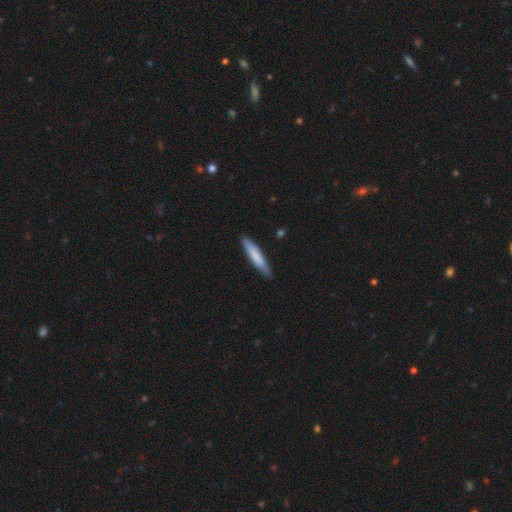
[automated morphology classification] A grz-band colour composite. It shows a smooth galaxy with no disk features (76%) that is cigar-shaped (89%). Merging: none (85%).